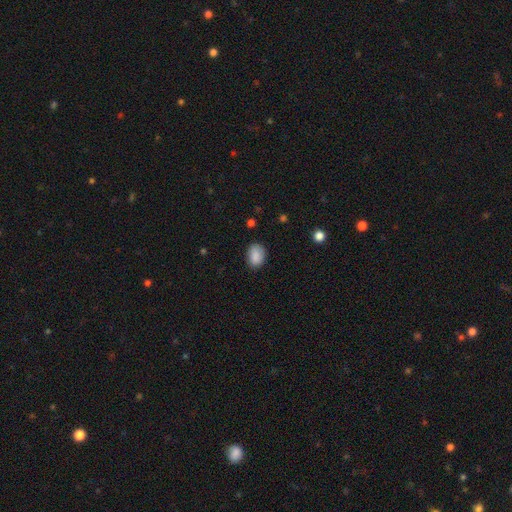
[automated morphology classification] Q: Smooth or featured?
A: smooth (88%); runner-up: star or artifact (8%)
Q: How rounded?
A: in between (77%); runner-up: round (22%)
Q: Merging?
A: none (82%); runner-up: minor disturbance (14%)